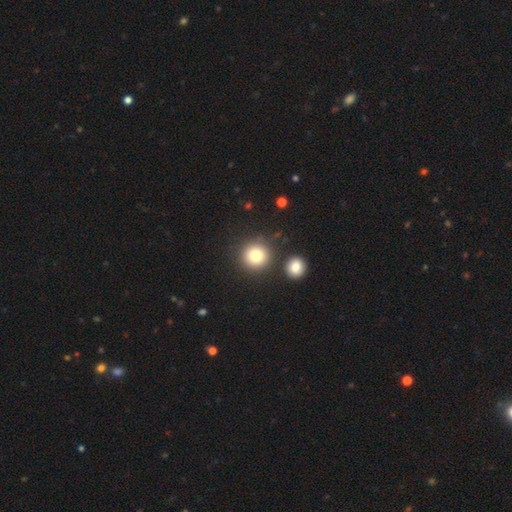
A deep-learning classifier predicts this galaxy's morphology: This is clearly a smooth galaxy (81%). How rounded: clearly round (94%). Merging: clearly none (81%).